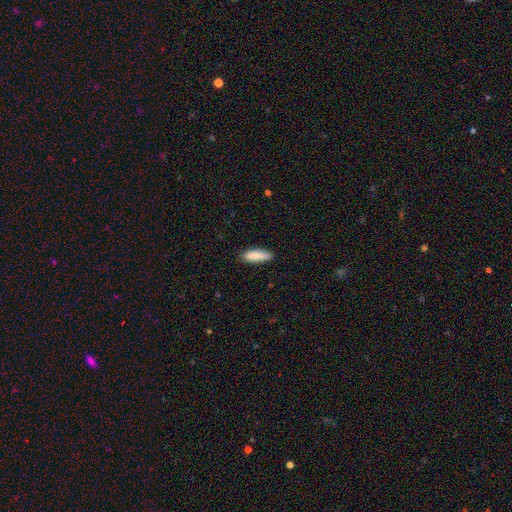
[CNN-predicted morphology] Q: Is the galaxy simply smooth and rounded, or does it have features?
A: smooth — 87%.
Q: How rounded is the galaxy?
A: cigar-shaped — 52%.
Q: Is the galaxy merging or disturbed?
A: none — 81%.